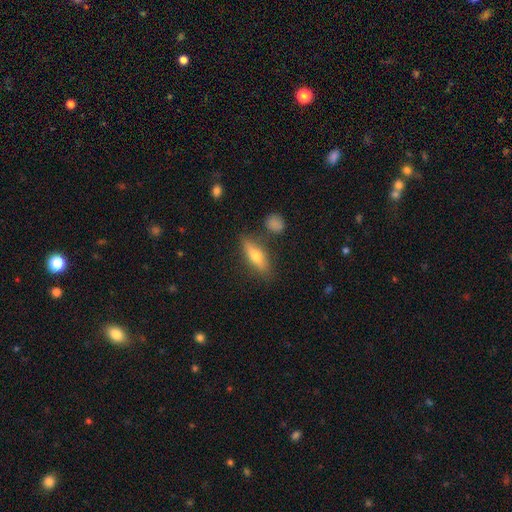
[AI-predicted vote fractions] Morphology: type=smooth (53%); roundness=cigar-shaped (52%); merging=none (79%).